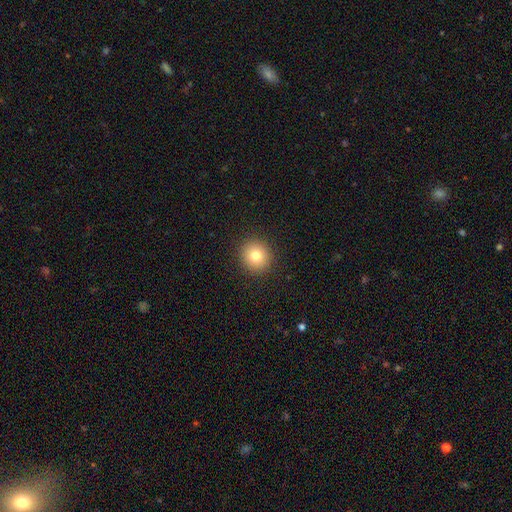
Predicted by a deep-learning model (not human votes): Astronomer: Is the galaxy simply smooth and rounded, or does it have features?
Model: smooth — 80%.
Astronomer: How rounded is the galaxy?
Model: round — 91%.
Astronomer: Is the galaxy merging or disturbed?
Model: none — 92%.